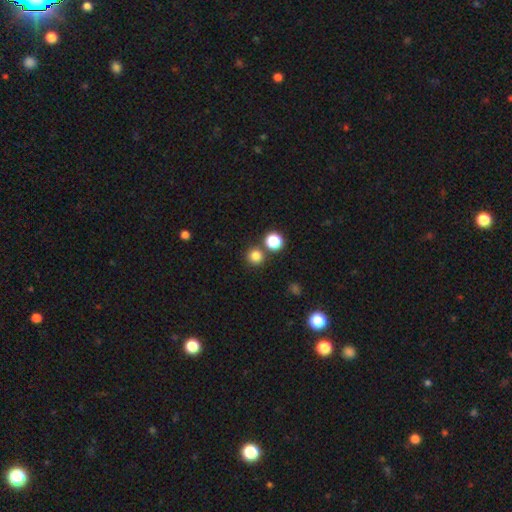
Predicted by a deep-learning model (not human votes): The model was most divided on "smooth or featured": smooth: 80%, star or artifact: 15%, featured or disk: 5%. More confident: how rounded — round (94%); merging — none (80%).